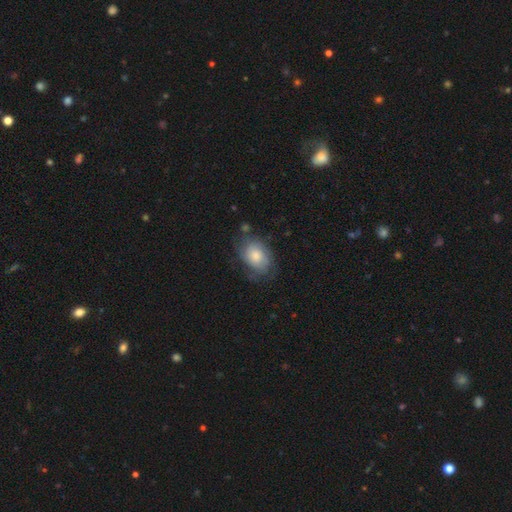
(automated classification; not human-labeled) The model was most divided on "smooth or featured": smooth: 62%, featured or disk: 31%, star or artifact: 7%. More confident: how rounded — in between (78%); merging — none (59%).